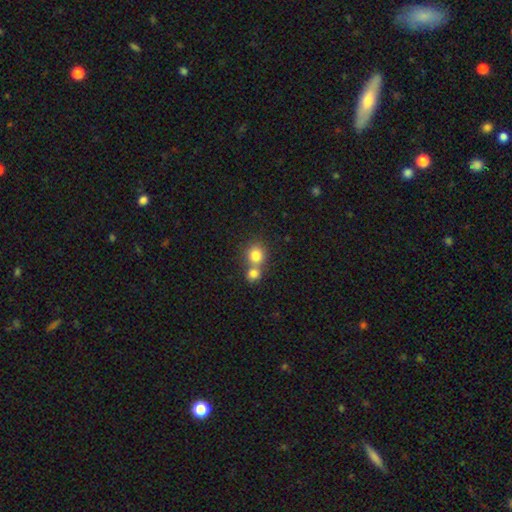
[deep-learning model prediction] Smooth or featured? Predicted: smooth (p=0.81). How rounded? Predicted: round (p=0.85). Merging? Predicted: merger (p=0.49).